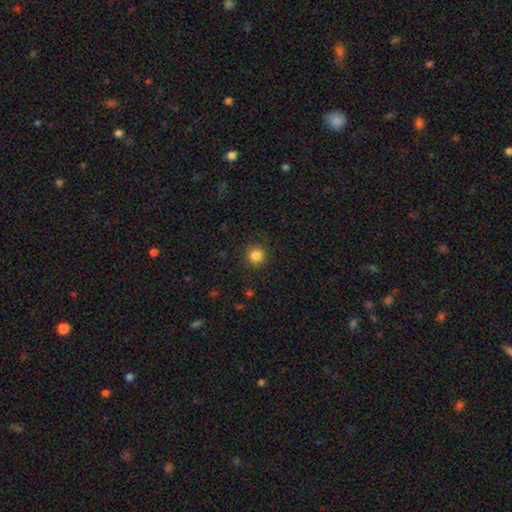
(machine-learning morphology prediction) This appears to be a smooth galaxy with no disk features (85%) that is round (94%). Merging: none (91%).